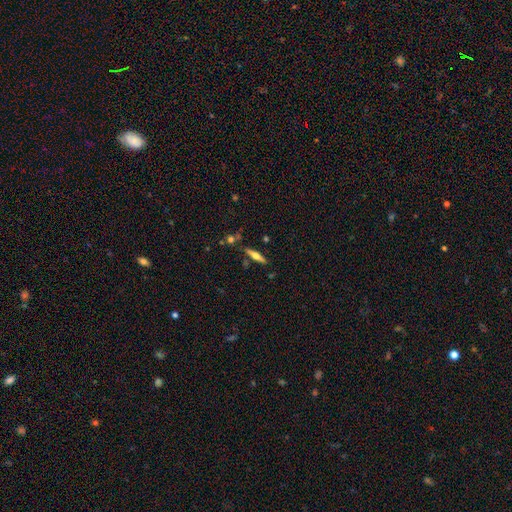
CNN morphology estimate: Overall: featured or disk (58%; smooth 35%). Edge-on disk: yes (95%). Edge-on bulge: rounded (89%). Merging: none (79%).